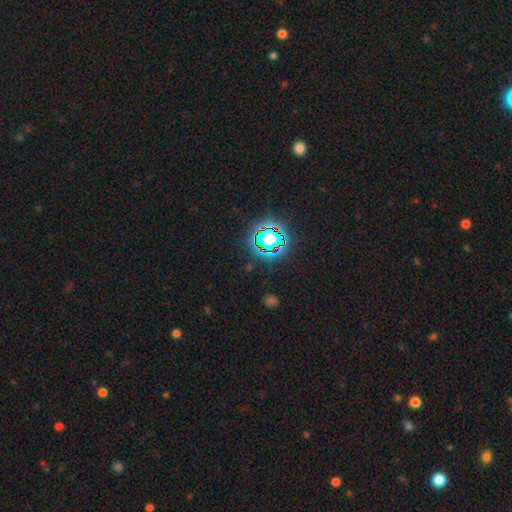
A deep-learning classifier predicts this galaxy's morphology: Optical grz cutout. It shows a star or artifact, not a galaxy (81%).